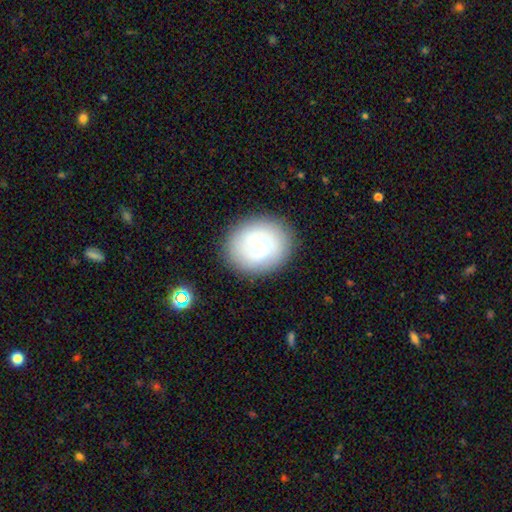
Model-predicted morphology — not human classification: A featured or disk galaxy (50%).

Vote fractions:
- Smooth or featured? featured or disk: 50% / smooth: 43% / star or artifact: 8%
- Merging? none: 81% / minor disturbance: 12% / major disturbance: 6% / merger: 2%